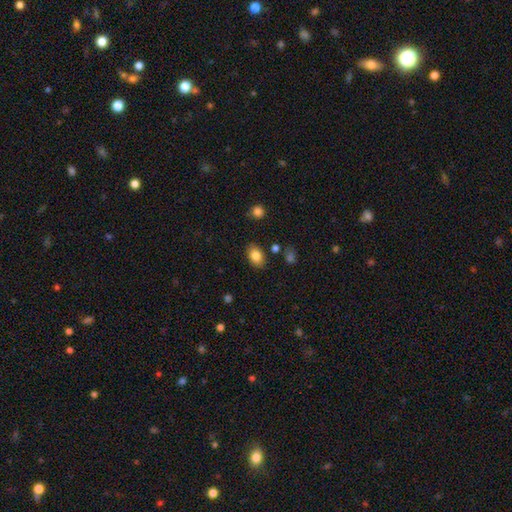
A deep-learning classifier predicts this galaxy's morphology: The model was most divided on "how rounded": in between: 84%, round: 15%, cigar-shaped: 1%. More confident: merging — none (84%); smooth or featured — smooth (82%).